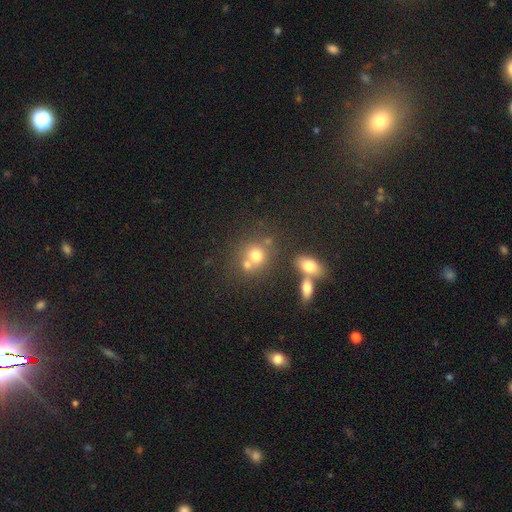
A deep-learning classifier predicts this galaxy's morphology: Smooth or featured: smooth — 71% (star or artifact — 15%)
How rounded: round — 76% (in between — 23%)
Merging: none — 49% (merger — 37%)